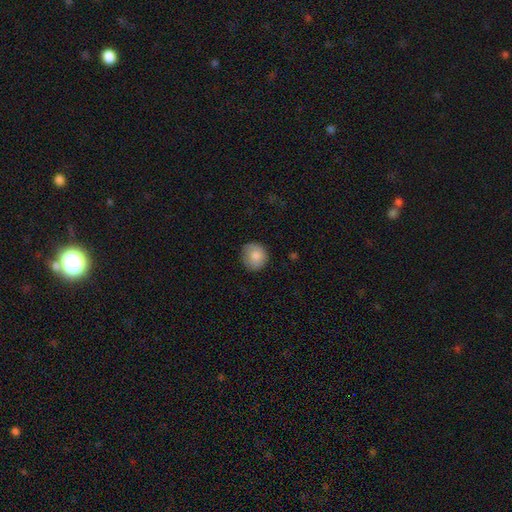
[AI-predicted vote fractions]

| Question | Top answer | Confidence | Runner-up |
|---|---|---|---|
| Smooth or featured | smooth | 83% | featured or disk (10%) |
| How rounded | round | 89% | in between (10%) |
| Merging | none | 82% | minor disturbance (14%) |